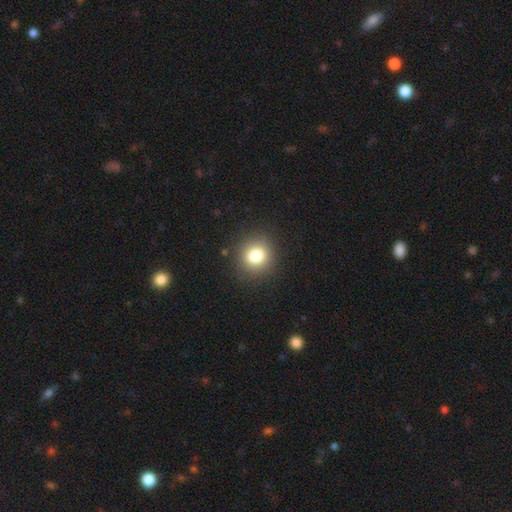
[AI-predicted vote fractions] Smooth or featured: smooth — 81% (star or artifact — 12%)
How rounded: round — 87% (in between — 13%)
Merging: none — 89% (minor disturbance — 7%)